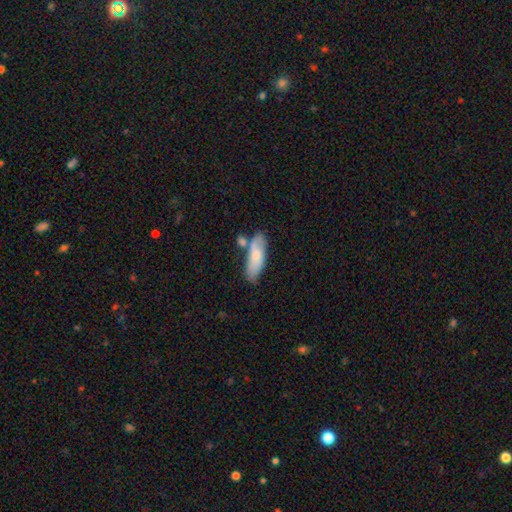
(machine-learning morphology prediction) The model was most divided on "merging": none: 53%, merger: 22%, minor disturbance: 20%, major disturbance: 6%. More confident: smooth or featured — smooth (71%); how rounded — in between (66%).